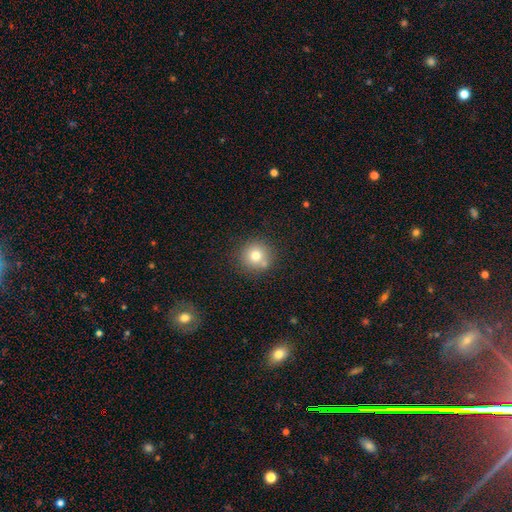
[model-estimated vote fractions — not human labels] smooth_or_featured: smooth (p=0.76) [alt: star or artifact p=0.13]
how_rounded: round (p=0.93) [alt: in between p=0.06]
merging: none (p=0.75) [alt: merger p=0.11]